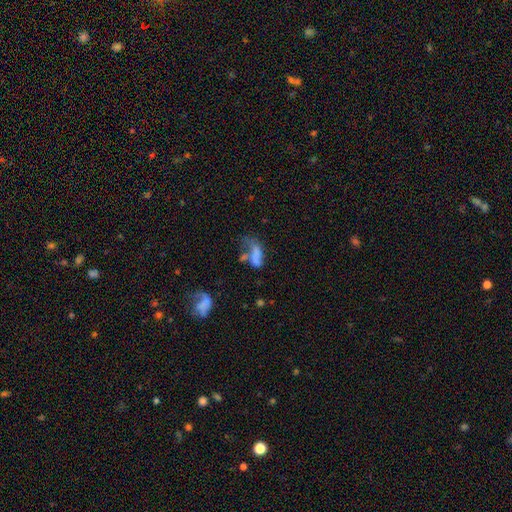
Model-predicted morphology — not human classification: smooth-or-featured: smooth: 57% | featured or disk: 29% | star or artifact: 14%
  how-rounded: in between: 83% | cigar-shaped: 12% | round: 6%
  merging: major disturbance: 40% | merger: 27% | none: 18% | minor disturbance: 15%